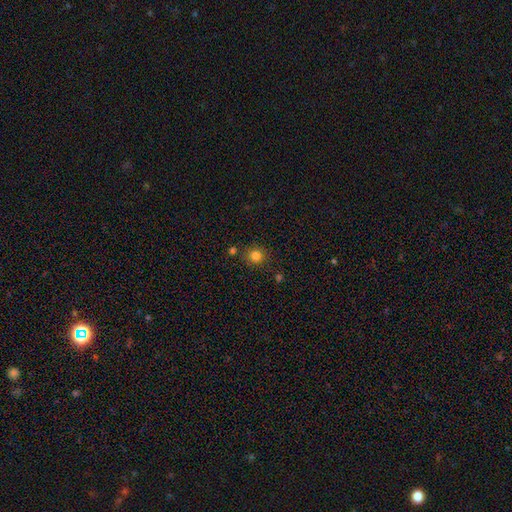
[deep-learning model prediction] A smooth galaxy with no disk features (81%) that is round (89%). Merging: none (82%).